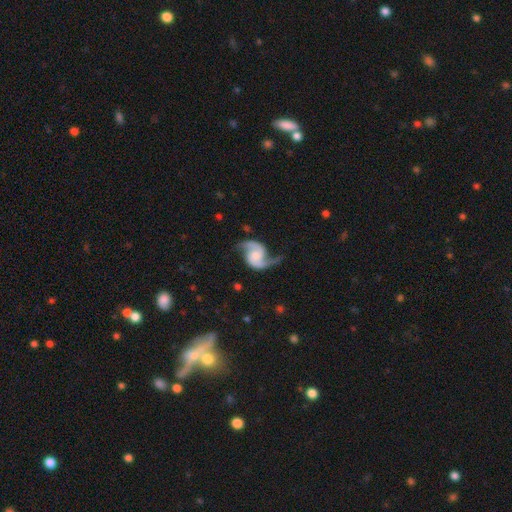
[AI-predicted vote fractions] Q: Smooth or featured?
A: featured or disk (91%); runner-up: smooth (4%)
Q: Edge-on disk?
A: no (98%); runner-up: yes (2%)
Q: Bar?
A: no (58%); runner-up: weak (32%)
Q: Spiral arms?
A: yes (98%); runner-up: no (2%)
Q: Spiral winding?
A: loose (47%); runner-up: medium (44%)
Q: Spiral arm count?
A: 2 (94%); runner-up: 1 (2%)
Q: Bulge size?
A: small (31%); tied with: moderate (31%)
Q: Merging?
A: none (74%); runner-up: minor disturbance (16%)